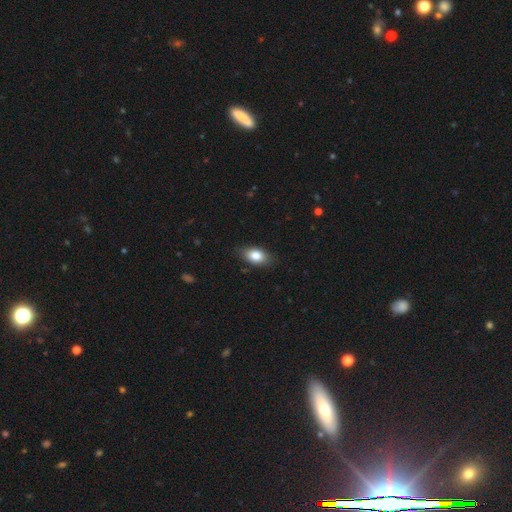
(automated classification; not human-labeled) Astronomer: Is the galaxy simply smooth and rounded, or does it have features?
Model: smooth — 82%.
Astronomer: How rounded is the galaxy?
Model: in between — 88%.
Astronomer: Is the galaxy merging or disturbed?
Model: none — 83%.